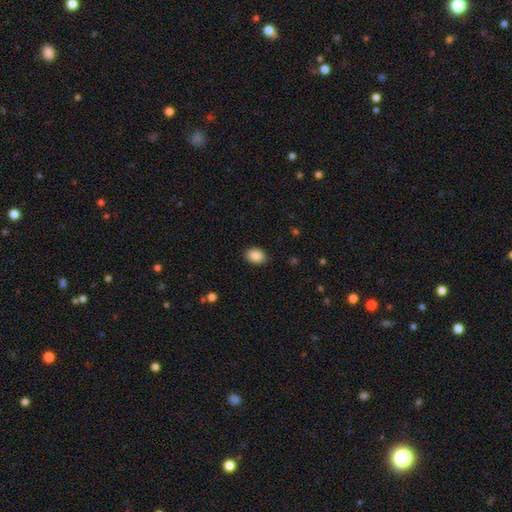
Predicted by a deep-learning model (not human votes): This appears to be a smooth galaxy with no disk features (88%) that is in between round and cigar-shaped (73%). Merging: none (89%).